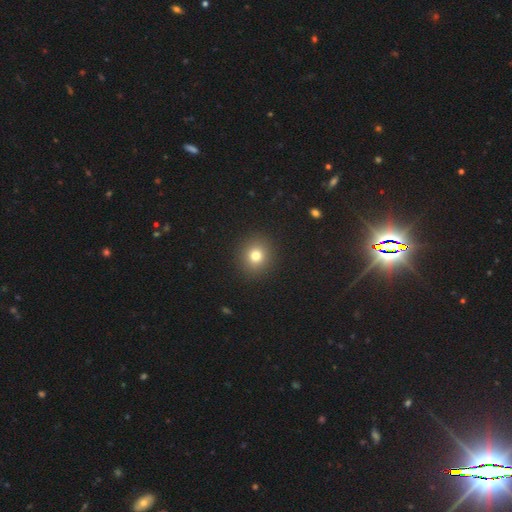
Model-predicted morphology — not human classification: smooth_or_featured: smooth (p=0.78) [alt: star or artifact p=0.14]
how_rounded: round (p=0.86) [alt: in between p=0.13]
merging: none (p=0.92) [alt: minor disturbance p=0.05]